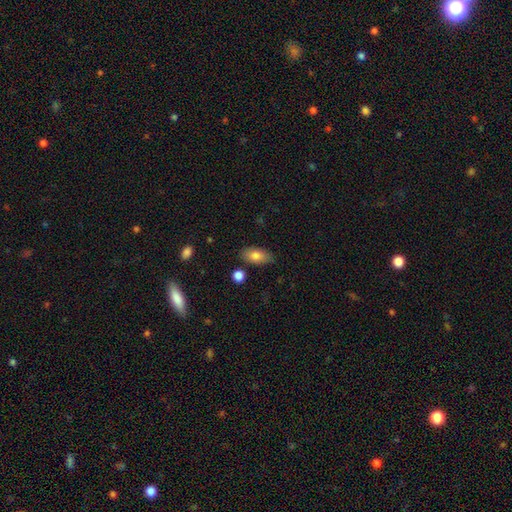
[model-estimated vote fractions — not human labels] A smooth galaxy with no disk features (81%) that is in between round and cigar-shaped (89%). Merging: none (82%).